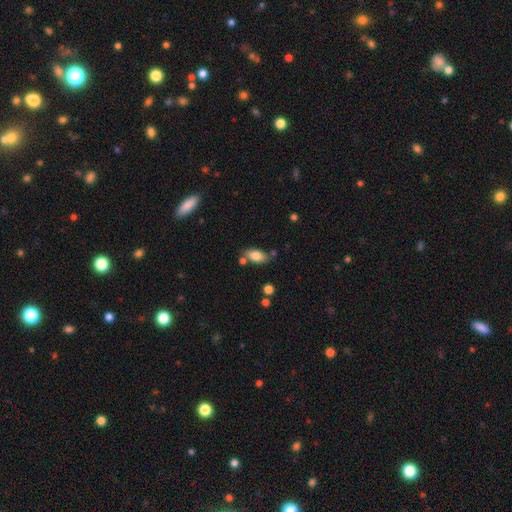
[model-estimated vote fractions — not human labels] Smooth or featured?
  - smooth: 79% *
  - featured or disk: 13%
  - star or artifact: 8%
How rounded?
  - in between: 90% *
  - cigar-shaped: 6%
  - round: 4%
Merging?
  - none: 71% *
  - minor disturbance: 15%
  - merger: 11%
  - major disturbance: 4%